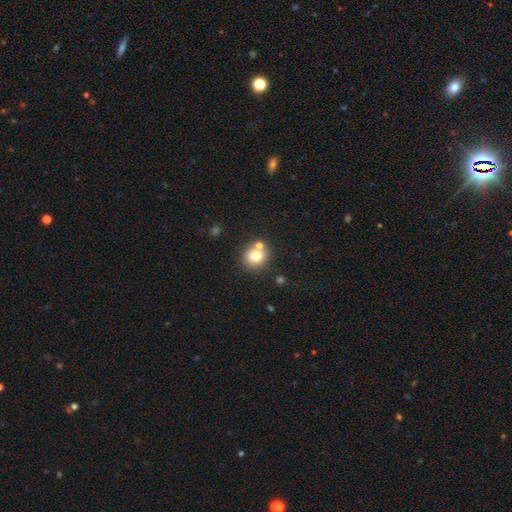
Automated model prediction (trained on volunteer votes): Smooth or featured?
  - smooth: 75% *
  - featured or disk: 13%
  - star or artifact: 12%
How rounded?
  - round: 82% *
  - in between: 17%
  - cigar-shaped: 1%
Merging?
  - none: 63% *
  - merger: 24%
  - minor disturbance: 9%
  - major disturbance: 3%